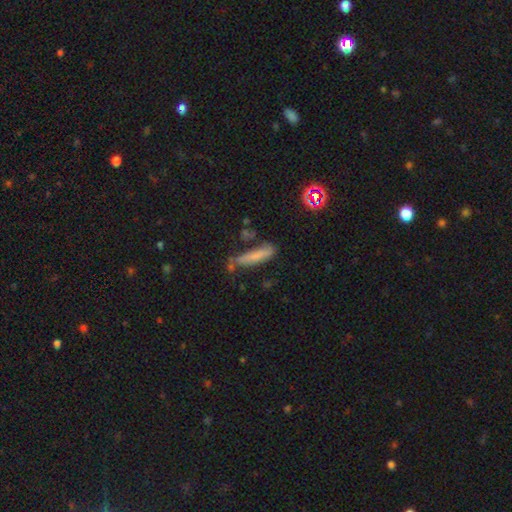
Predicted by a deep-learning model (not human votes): The model was most divided on "merging": none: 63%, minor disturbance: 21%, merger: 9%, major disturbance: 7%. More confident: how rounded — cigar-shaped (86%); smooth or featured — smooth (72%).